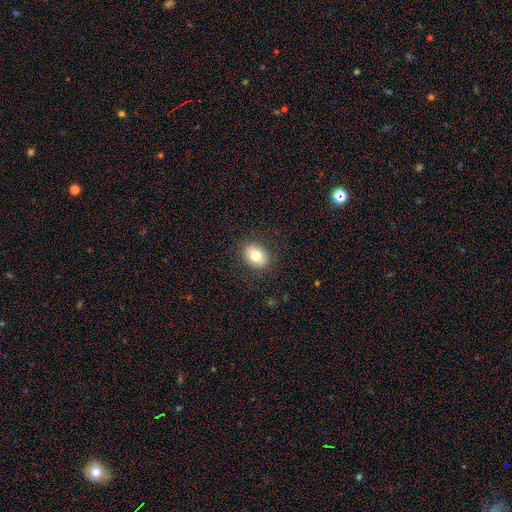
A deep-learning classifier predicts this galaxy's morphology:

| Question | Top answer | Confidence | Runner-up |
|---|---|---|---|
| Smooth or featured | smooth | 78% | featured or disk (13%) |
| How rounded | in between | 68% | round (31%) |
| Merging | none | 86% | minor disturbance (10%) |